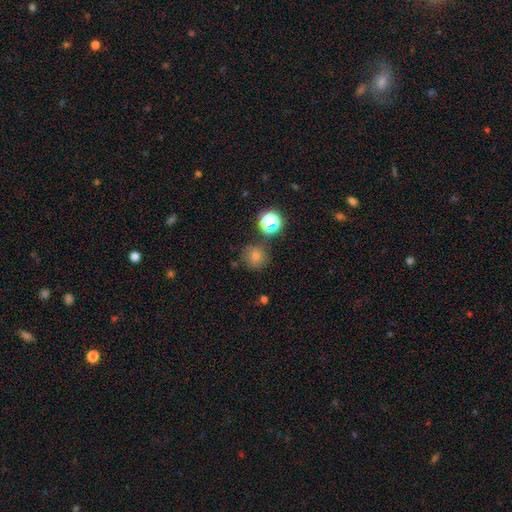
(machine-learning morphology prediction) Smooth or featured: smooth — 74% (star or artifact — 18%)
How rounded: round — 90% (in between — 9%)
Merging: none — 77% (minor disturbance — 12%)